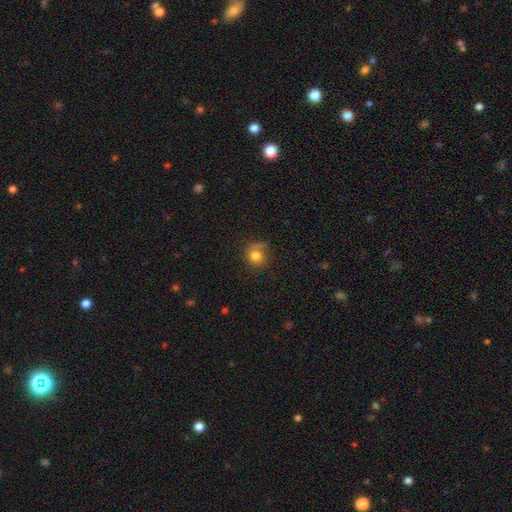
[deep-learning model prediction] Smooth or featured? smooth (75%)
How rounded? round (84%)
Merging? none (58%)